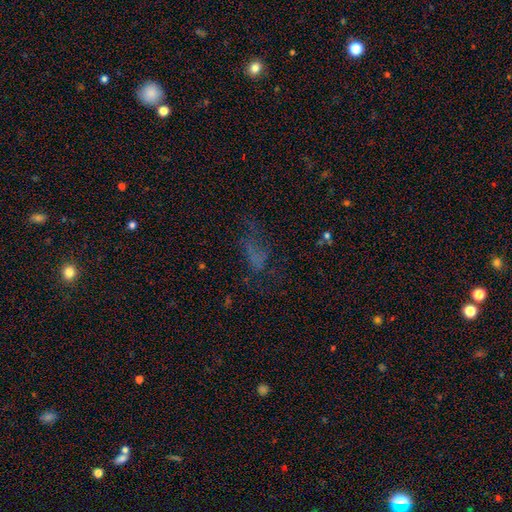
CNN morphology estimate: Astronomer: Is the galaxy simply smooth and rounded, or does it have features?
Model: smooth — 42% (runner-up: star or artifact, 31%).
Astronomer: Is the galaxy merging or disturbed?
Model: none — 41% (runner-up: major disturbance, 35%).